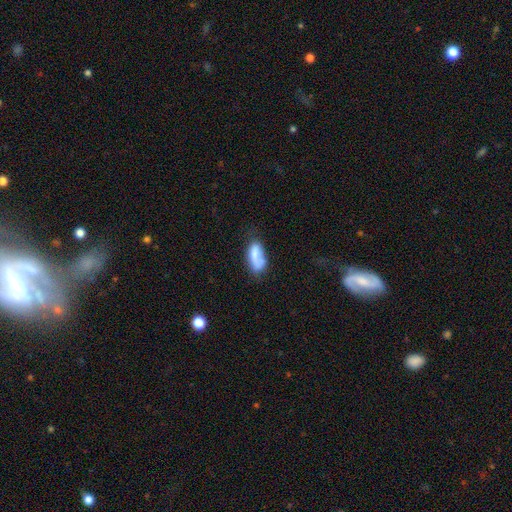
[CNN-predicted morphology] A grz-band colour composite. It shows a smooth galaxy with no disk features (73%) that is in between round and cigar-shaped (89%). Merging: none (44%).